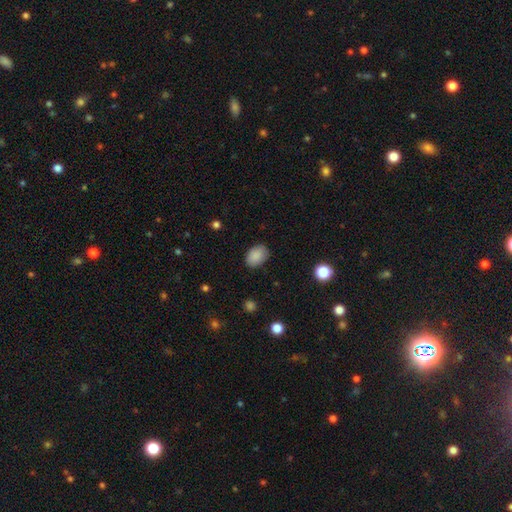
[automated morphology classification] Q: Smooth or featured?
A: smooth (88%); runner-up: star or artifact (8%)
Q: How rounded?
A: in between (80%); runner-up: round (19%)
Q: Merging?
A: none (83%); runner-up: minor disturbance (13%)